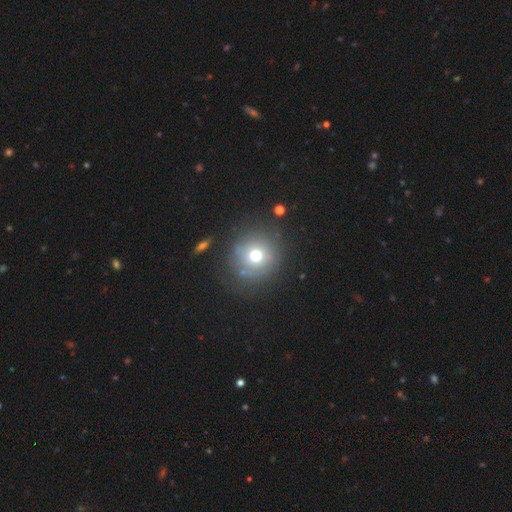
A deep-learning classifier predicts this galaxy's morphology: This appears to be a smooth galaxy with no disk features (64%) that is round (93%). Merging: none (76%).